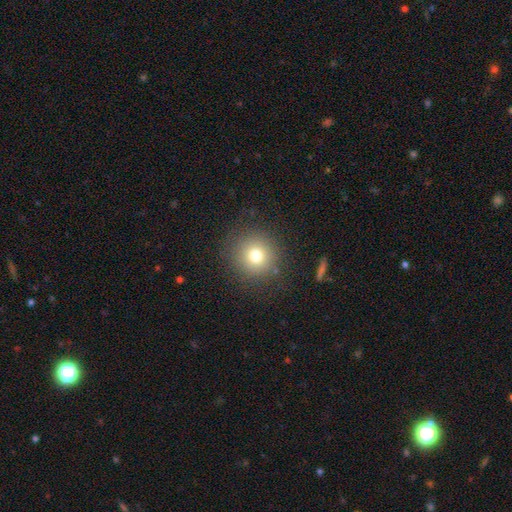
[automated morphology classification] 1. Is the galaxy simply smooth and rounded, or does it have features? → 76% smooth, 14% star or artifact, 10% featured or disk.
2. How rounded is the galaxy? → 93% round, 6% in between, 1% cigar-shaped.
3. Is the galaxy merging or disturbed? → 87% none, 8% minor disturbance, 4% major disturbance, 2% merger.